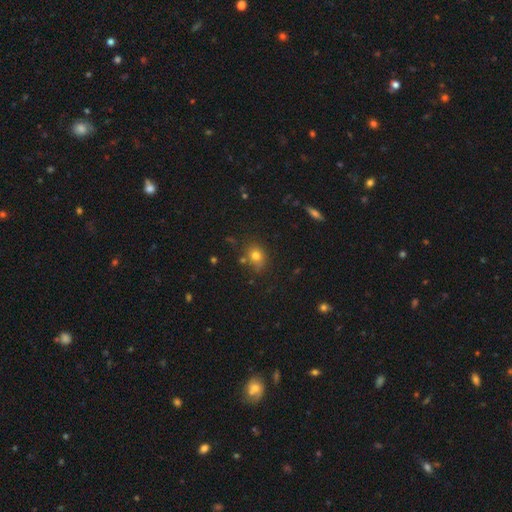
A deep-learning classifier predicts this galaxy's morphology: A smooth galaxy with no disk features (76%) that is round (60%). Merging: none (72%).